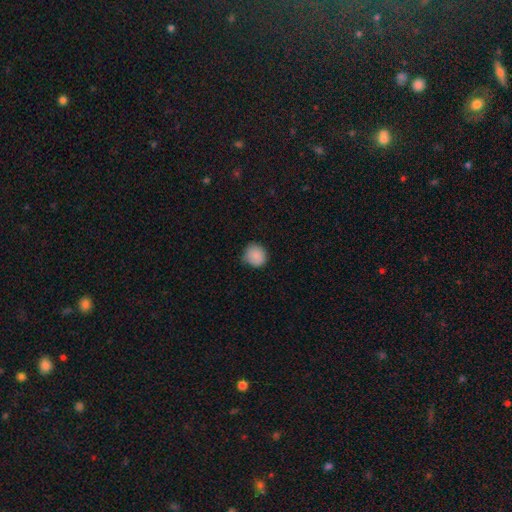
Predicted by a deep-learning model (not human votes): Smooth or featured? Predicted: smooth (p=0.88). How rounded? Predicted: round (p=0.87). Merging? Predicted: none (p=0.77).